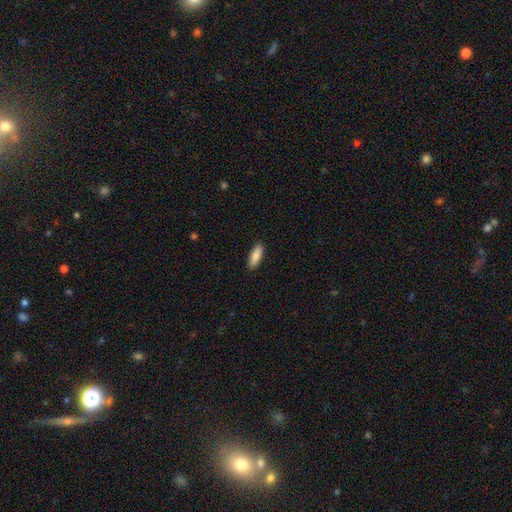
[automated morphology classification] Smooth or featured: smooth — 86% (featured or disk — 8%)
How rounded: in between — 68% (cigar-shaped — 30%)
Merging: none — 89% (minor disturbance — 8%)